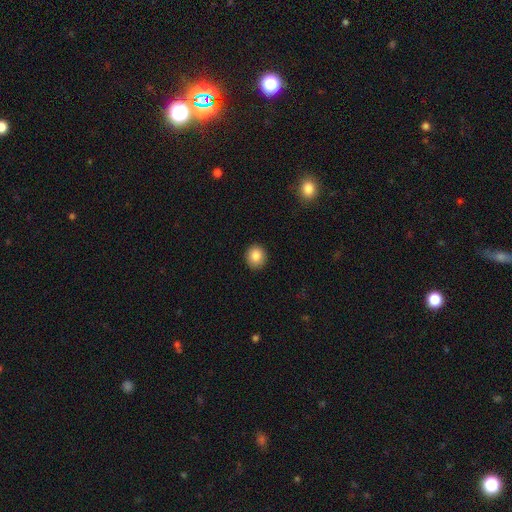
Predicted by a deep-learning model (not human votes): Morphology: type=smooth (85%); roundness=round (82%); merging=none (91%).